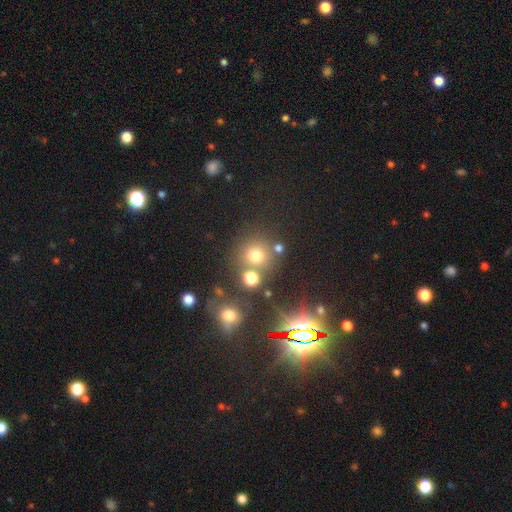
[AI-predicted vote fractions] Smooth or featured: smooth — 67% (star or artifact — 24%)
How rounded: round — 90% (in between — 9%)
Merging: none — 70% (merger — 15%)